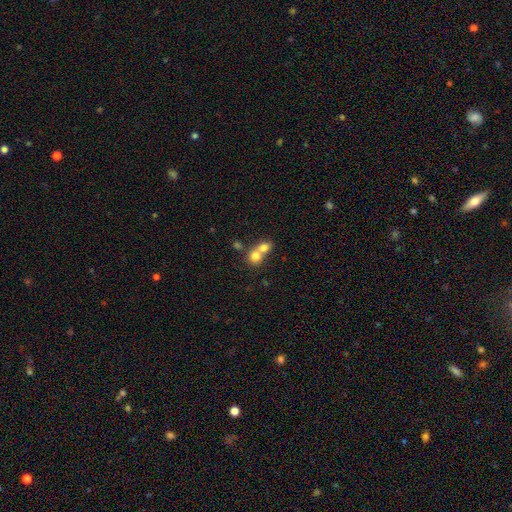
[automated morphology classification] Overall: smooth (75%). How rounded: round (74%). Merging: merger (69%).